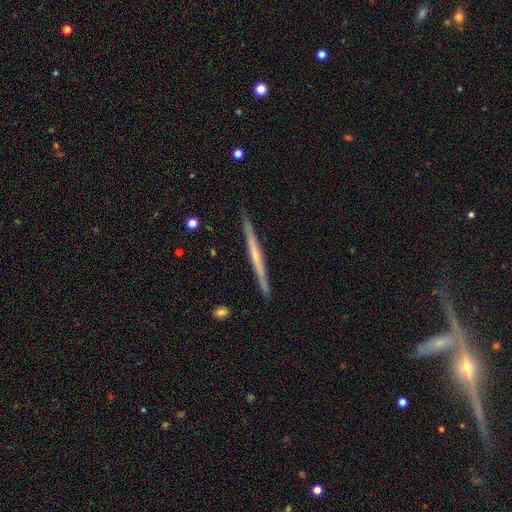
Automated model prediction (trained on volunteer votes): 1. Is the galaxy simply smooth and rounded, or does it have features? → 62% featured or disk, 32% smooth, 6% star or artifact.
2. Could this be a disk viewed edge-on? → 98% yes, 2% no.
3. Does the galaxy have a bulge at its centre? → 76% none, 18% rounded, 6% boxy.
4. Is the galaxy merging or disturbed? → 91% none, 7% minor disturbance, 1% major disturbance, 1% merger.